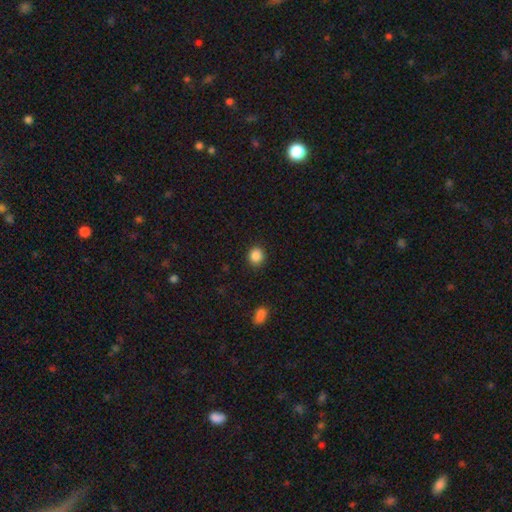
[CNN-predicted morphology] Smooth or featured? Predicted: smooth (p=0.87). How rounded? Predicted: round (p=0.85). Merging? Predicted: none (p=0.90).